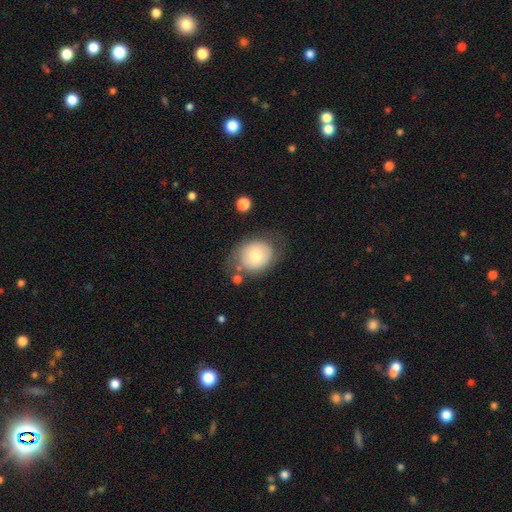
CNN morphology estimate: Overall: smooth (69%). How rounded: round (58%; in between 41%). Merging: none (65%).